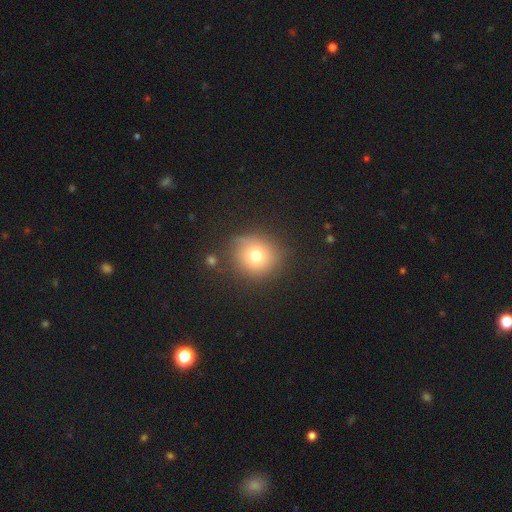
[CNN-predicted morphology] This appears to be a smooth galaxy with no disk features (73%) that is round (86%). Merging: none (79%).